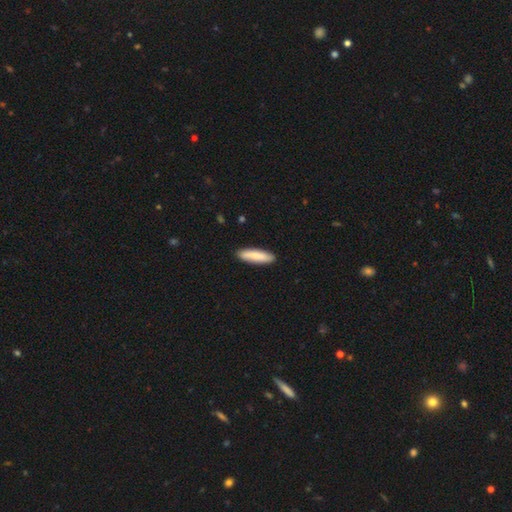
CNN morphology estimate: smooth 82%, featured or disk 13%, star or artifact 5%. Down the decision tree: how rounded — cigar-shaped (71%); merging — none (90%).